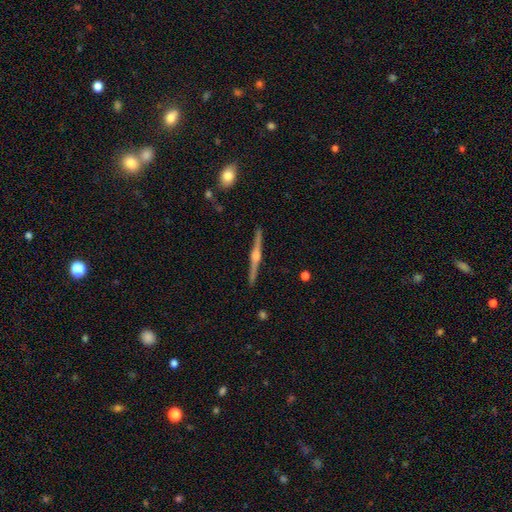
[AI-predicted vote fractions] Smooth or featured: featured or disk — 86% (smooth — 9%)
Edge-on disk: yes — 99% (no — 1%)
Edge-on bulge: rounded — 90% (boxy — 7%)
Merging: none — 92% (minor disturbance — 6%)